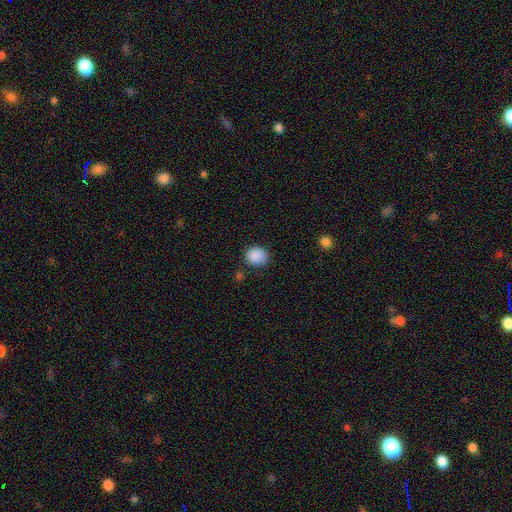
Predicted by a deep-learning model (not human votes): Smooth or featured? smooth (88%)
How rounded? round (70%)
Merging? none (75%)